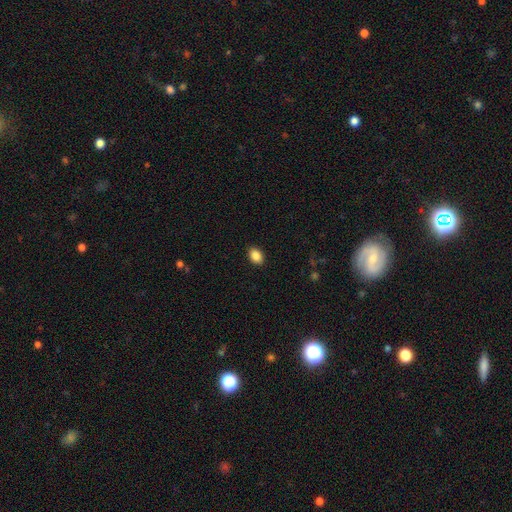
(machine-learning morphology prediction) This is clearly a smooth galaxy (88%). How rounded: likely in between (80%). Merging: clearly none (90%).